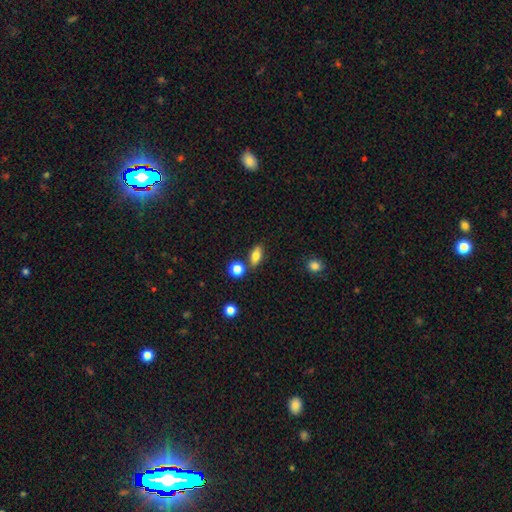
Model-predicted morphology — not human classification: Smooth or featured: smooth — 77% (featured or disk — 14%)
How rounded: in between — 78% (cigar-shaped — 12%)
Merging: none — 78% (minor disturbance — 11%)